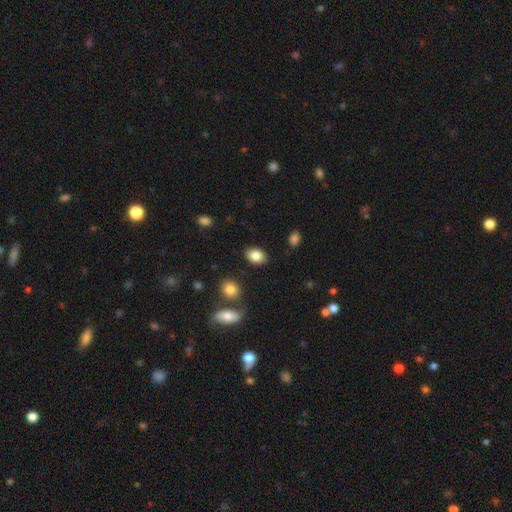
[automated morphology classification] This is clearly a smooth galaxy (85%). How rounded: clearly in between (82%). Merging: clearly none (86%).